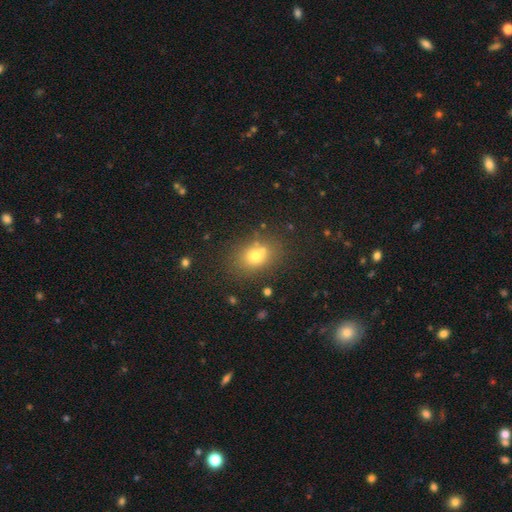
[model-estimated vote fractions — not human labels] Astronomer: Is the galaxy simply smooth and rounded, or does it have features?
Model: smooth — 71%.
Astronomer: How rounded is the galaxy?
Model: in between — 58% (runner-up: round, 41%).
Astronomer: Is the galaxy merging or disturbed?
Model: none — 67%.